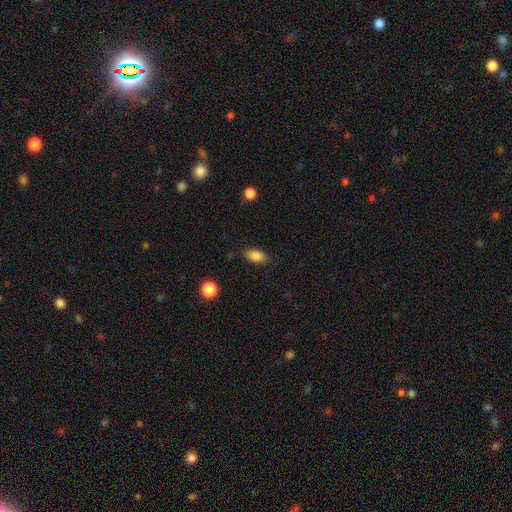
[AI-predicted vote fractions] This appears to be a smooth galaxy with no disk features (85%) that is in between round and cigar-shaped (88%). Merging: none (83%).